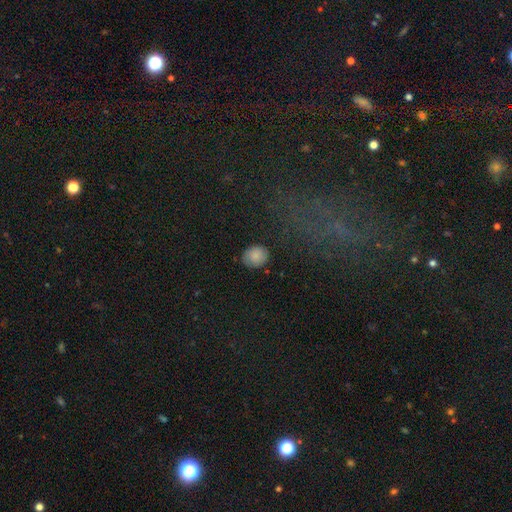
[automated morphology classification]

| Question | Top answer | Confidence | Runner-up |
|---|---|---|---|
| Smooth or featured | smooth | 85% | star or artifact (8%) |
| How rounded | round | 67% | in between (32%) |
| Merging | none | 82% | minor disturbance (14%) |